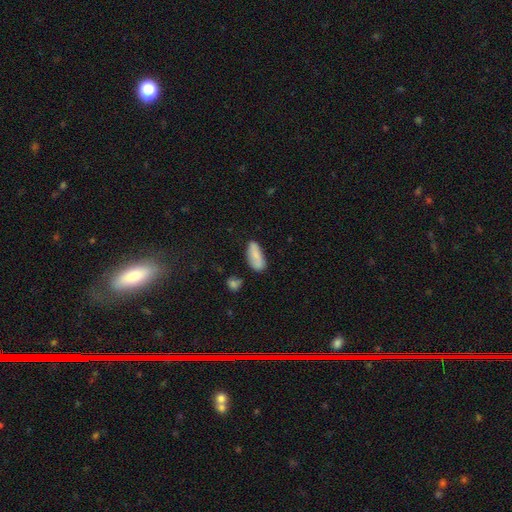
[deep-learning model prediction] The model was most divided on "merging": none: 70%, minor disturbance: 20%, merger: 5%, major disturbance: 5%. More confident: smooth or featured — smooth (79%); how rounded — in between (78%).